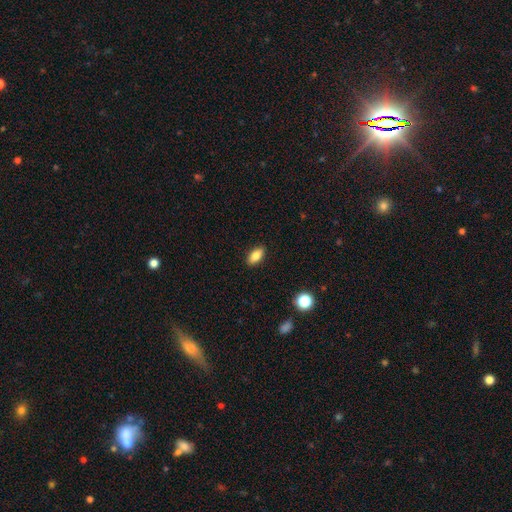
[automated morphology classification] This appears to be a smooth galaxy with no disk features (83%) that is in between round and cigar-shaped (88%). Merging: none (89%).